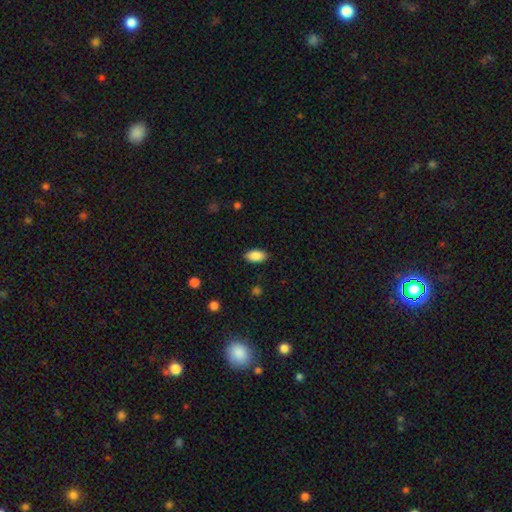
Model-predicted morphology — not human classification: Smooth or featured?
  - smooth: 89% *
  - star or artifact: 7%
  - featured or disk: 4%
How rounded?
  - in between: 94% *
  - round: 3%
  - cigar-shaped: 3%
Merging?
  - none: 87% *
  - minor disturbance: 9%
  - major disturbance: 2%
  - merger: 1%